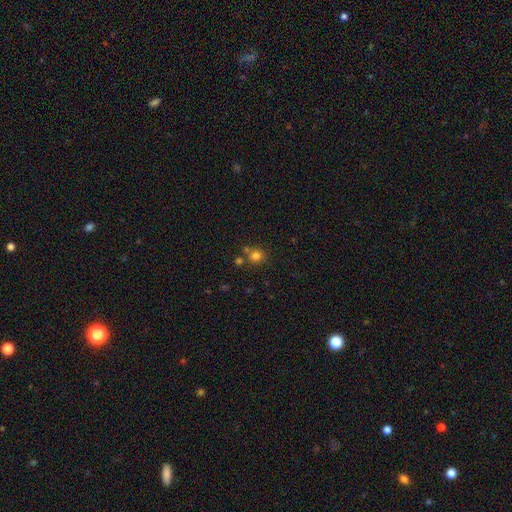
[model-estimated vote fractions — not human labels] A smooth galaxy with no disk features (78%) that is round (88%).

Vote fractions:
- Smooth or featured? smooth: 78% / star or artifact: 15% / featured or disk: 7%
- How rounded? round: 88% / in between: 11% / cigar-shaped: 1%
- Merging? none: 66% / merger: 22% / minor disturbance: 9% / major disturbance: 3%